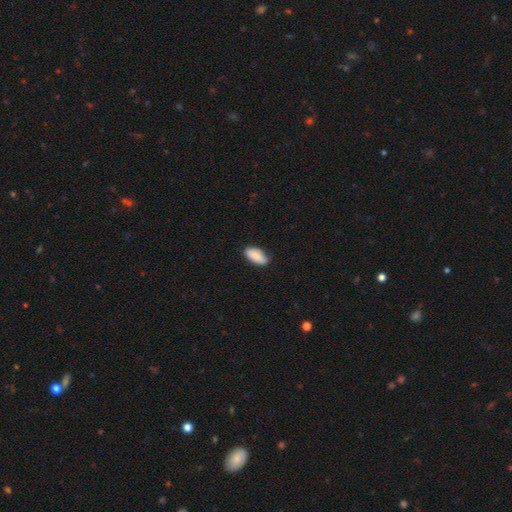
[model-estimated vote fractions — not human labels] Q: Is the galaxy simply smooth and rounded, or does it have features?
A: smooth — 87%.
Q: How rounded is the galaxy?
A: in between — 88%.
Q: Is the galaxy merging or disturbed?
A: none — 81%.